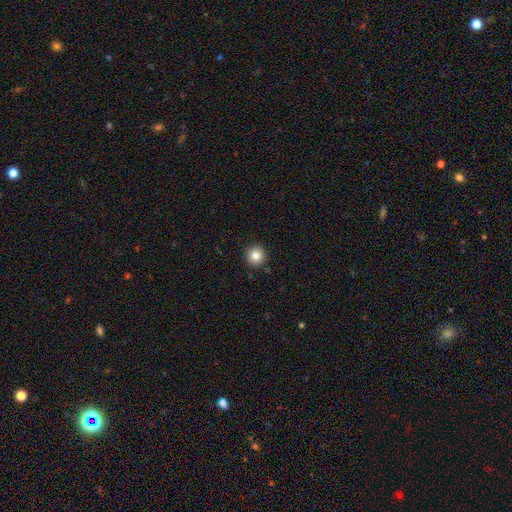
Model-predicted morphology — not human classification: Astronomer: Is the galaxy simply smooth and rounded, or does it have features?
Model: smooth — 83%.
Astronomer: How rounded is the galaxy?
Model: round — 96%.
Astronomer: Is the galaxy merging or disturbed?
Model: none — 92%.